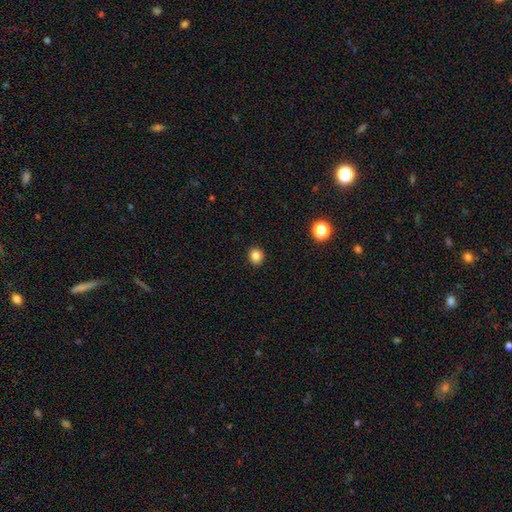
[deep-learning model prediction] Overall: smooth (83%). How rounded: round (82%). Merging: none (91%).